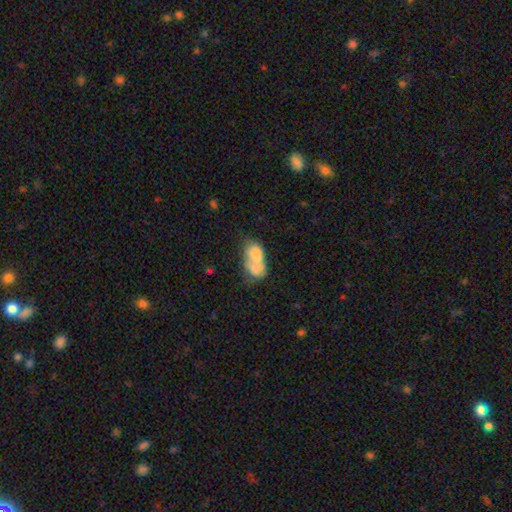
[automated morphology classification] A smooth galaxy with no disk features (60%) that is in between round and cigar-shaped (88%). Merging: merger (54%).